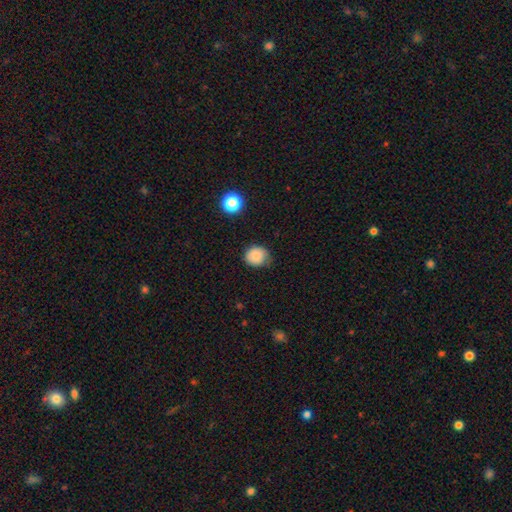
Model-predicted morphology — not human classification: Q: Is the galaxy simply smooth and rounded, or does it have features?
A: smooth — 85%.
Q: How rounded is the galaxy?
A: round — 79%.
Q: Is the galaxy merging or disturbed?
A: none — 70%.